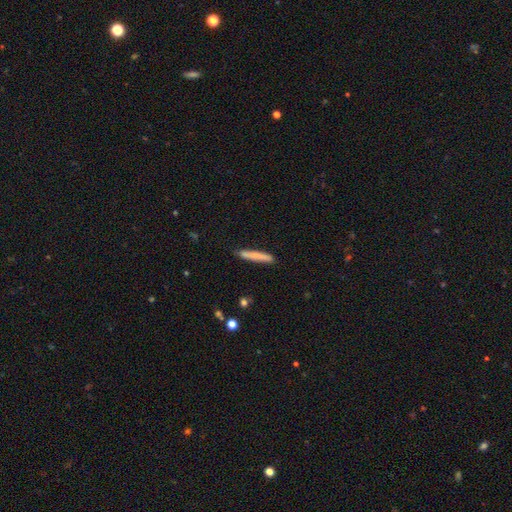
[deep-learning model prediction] Overall: smooth (78%). How rounded: cigar-shaped (95%). Merging: none (87%).